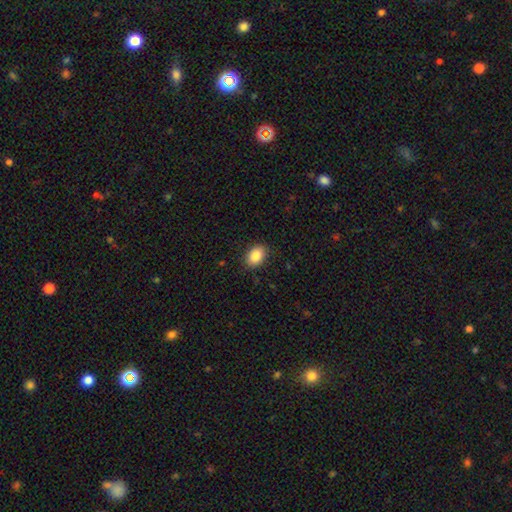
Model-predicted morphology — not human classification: smooth 86%, star or artifact 8%, featured or disk 6%. Down the decision tree: how rounded — in between (77%); merging — none (86%).